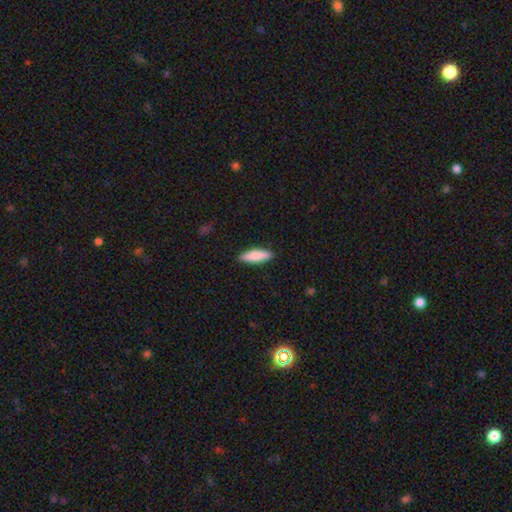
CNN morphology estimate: smooth 81%, featured or disk 14%, star or artifact 5%. Down the decision tree: how rounded — cigar-shaped (57%); merging — none (89%).